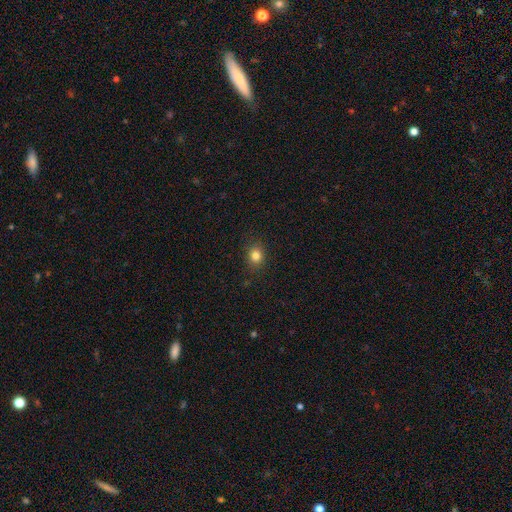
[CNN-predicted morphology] Smooth or featured? smooth (81%)
How rounded? round (66%)
Merging? none (88%)